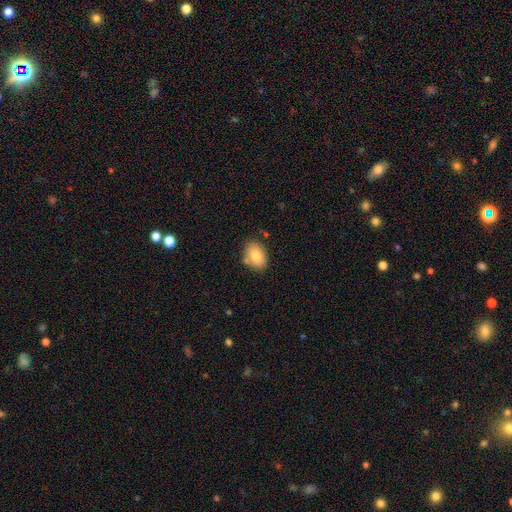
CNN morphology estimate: smooth_or_featured: smooth (p=0.83) [alt: featured or disk p=0.10]
how_rounded: in between (p=0.83) [alt: round p=0.16]
merging: none (p=0.75) [alt: minor disturbance p=0.15]